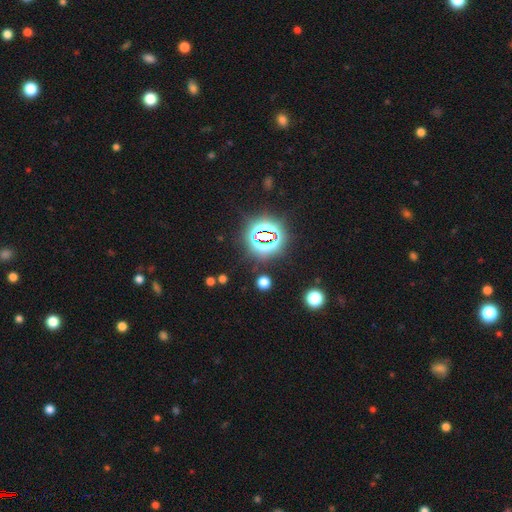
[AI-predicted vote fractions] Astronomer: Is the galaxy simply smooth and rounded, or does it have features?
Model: star or artifact — 83%.